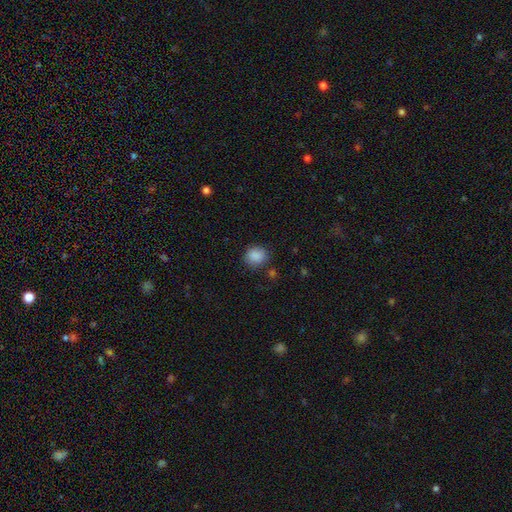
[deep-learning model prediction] Q: Smooth or featured?
A: smooth (87%); runner-up: star or artifact (9%)
Q: How rounded?
A: round (75%); runner-up: in between (24%)
Q: Merging?
A: none (79%); runner-up: minor disturbance (14%)